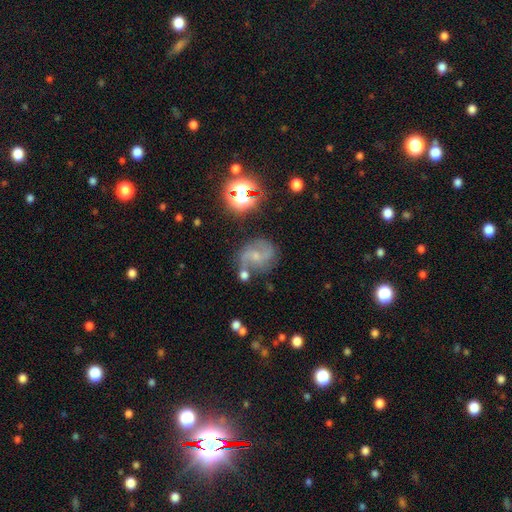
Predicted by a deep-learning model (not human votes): Smooth or featured?
  - featured or disk: 74% *
  - smooth: 14%
  - star or artifact: 12%
Edge-on disk?
  - no: 98% *
  - yes: 2%
Bar?
  - no: 47% *
  - weak: 43%
  - strong: 10%
Spiral arms?
  - yes: 94% *
  - no: 6%
Spiral winding?
  - medium: 48% *
  - loose: 38%
  - tight: 15%
Spiral arm count?
  - 2: 84% *
  - can't tell: 6%
  - 3: 3%
  - 1: 3%
  - 4: 1%
  - more than 4: 1%
Bulge size?
  - small: 62% *
  - moderate: 25%
  - none: 10%
  - large: 2%
  - dominant: 1%
Merging?
  - none: 63% *
  - minor disturbance: 19%
  - major disturbance: 9%
  - merger: 9%